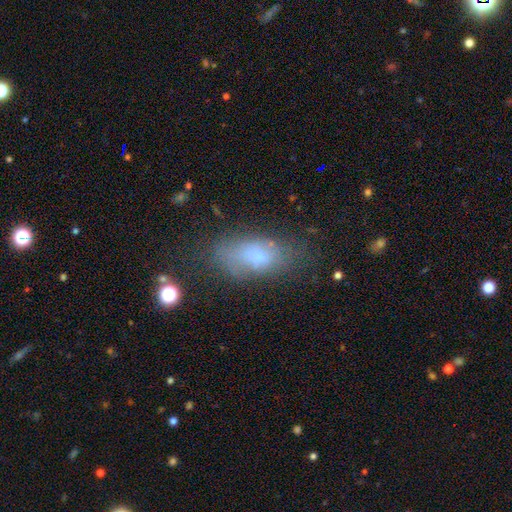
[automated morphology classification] Smooth or featured? smooth (69%)
How rounded? in between (88%)
Merging? none (59%)